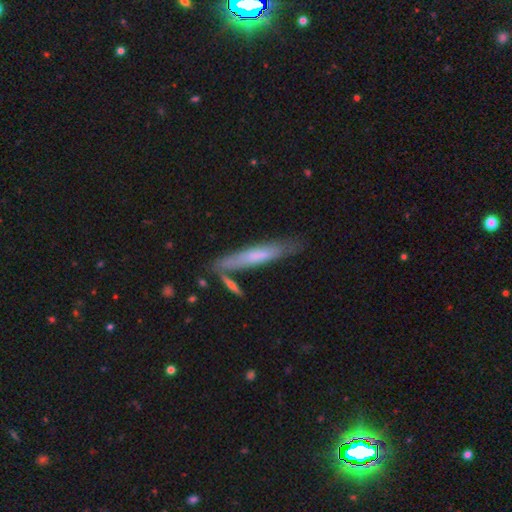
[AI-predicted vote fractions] Smooth or featured? smooth (59%)
How rounded? cigar-shaped (89%)
Merging? none (70%)